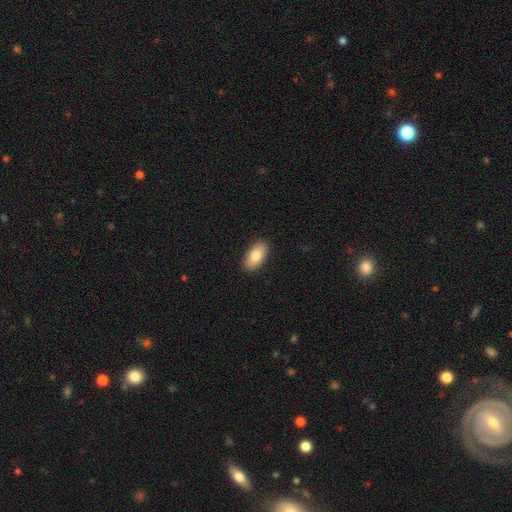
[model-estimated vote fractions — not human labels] Morphology: type=smooth (82%); roundness=in between (93%); merging=none (90%).